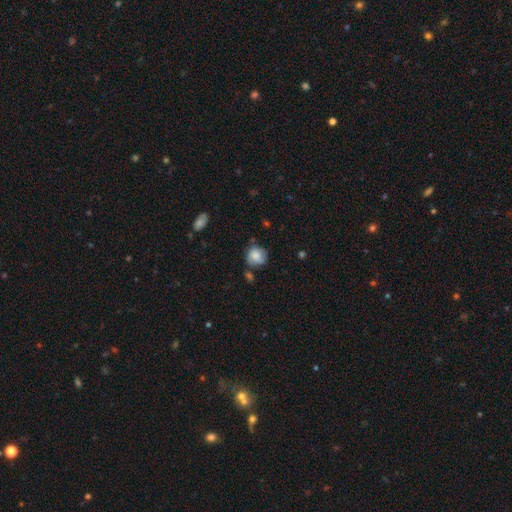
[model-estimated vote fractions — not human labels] smooth 68%, featured or disk 24%, star or artifact 8%. Down the decision tree: how rounded — round (82%); merging — none (60%).